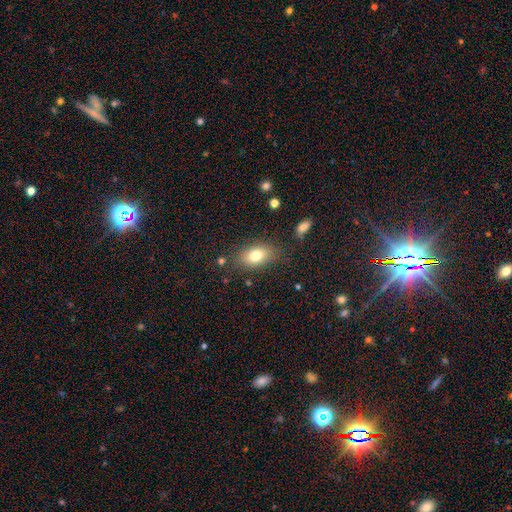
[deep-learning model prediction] Morphology: type=smooth (77%); roundness=in between (85%); merging=none (79%).